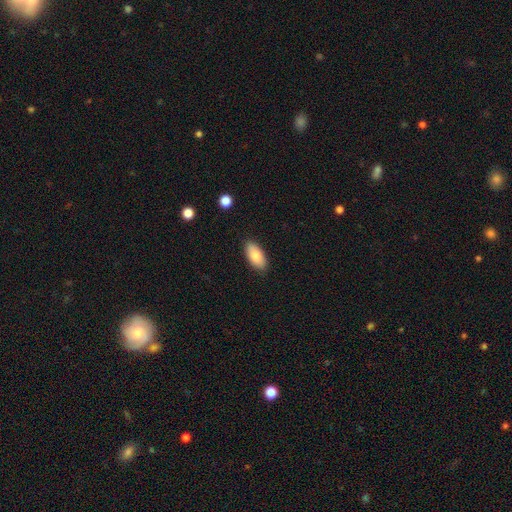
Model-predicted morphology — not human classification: This appears to be a smooth galaxy with no disk features (83%) that is in between round and cigar-shaped (90%). Merging: none (87%).